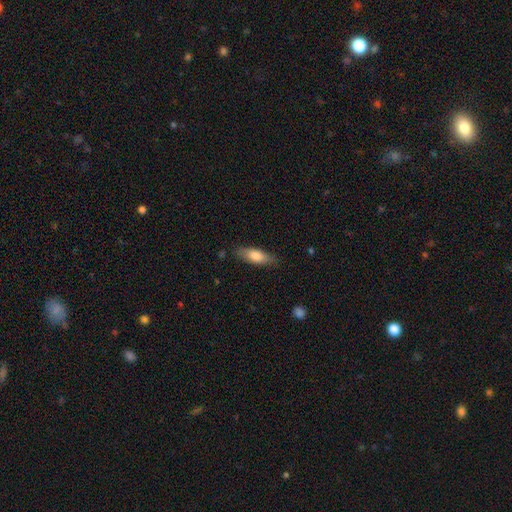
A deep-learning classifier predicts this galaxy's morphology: smooth_or_featured: smooth (p=0.74) [alt: featured or disk p=0.20]
how_rounded: in between (p=0.60) [alt: cigar-shaped p=0.38]
merging: none (p=0.82) [alt: minor disturbance p=0.14]